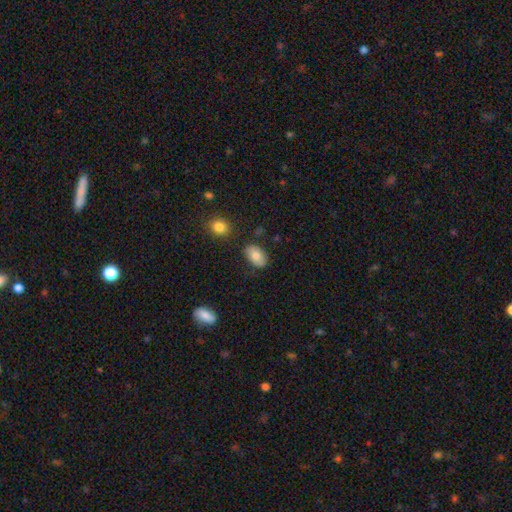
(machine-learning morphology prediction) Smooth or featured? smooth (81%)
How rounded? in between (92%)
Merging? none (80%)